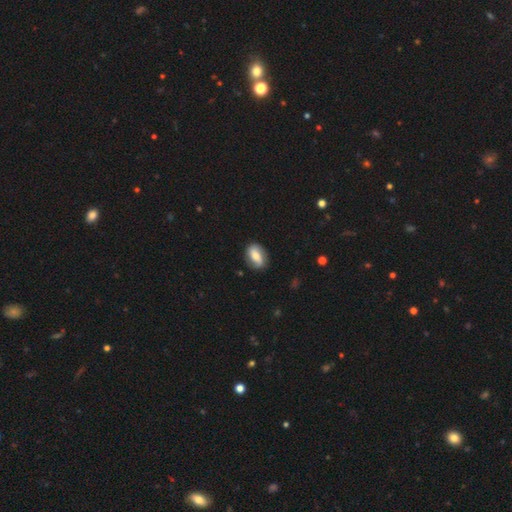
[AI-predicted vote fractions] Morphology: type=smooth (53%); roundness=in between (84%); merging=none (79%).